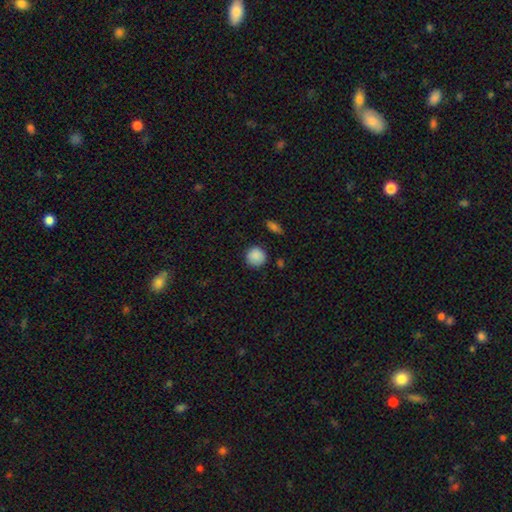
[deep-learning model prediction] Smooth or featured: smooth — 88% (star or artifact — 9%)
How rounded: round — 92% (in between — 7%)
Merging: none — 84% (minor disturbance — 11%)